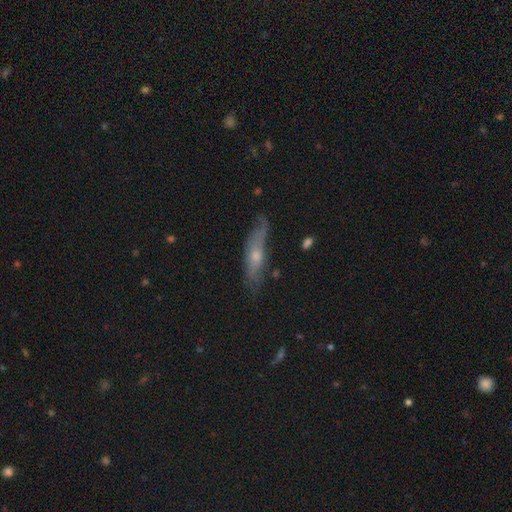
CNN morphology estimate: Smooth or featured?
  - featured or disk: 53% *
  - smooth: 39%
  - star or artifact: 8%
Edge-on disk?
  - yes: 66% *
  - no: 34%
Merging?
  - none: 68% *
  - minor disturbance: 23%
  - major disturbance: 6%
  - merger: 2%